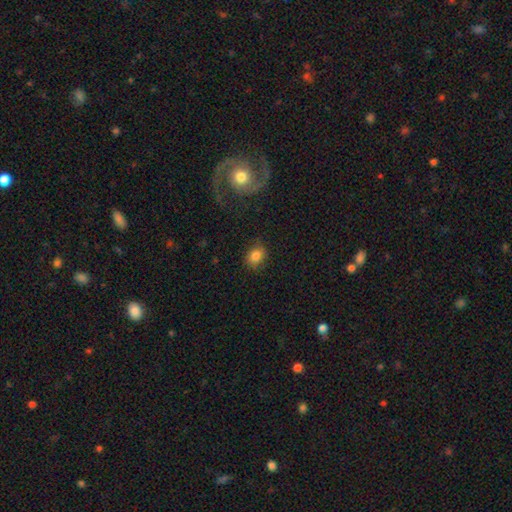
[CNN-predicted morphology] Overall: smooth (83%). How rounded: in between (50%; round 49%). Merging: none (75%).